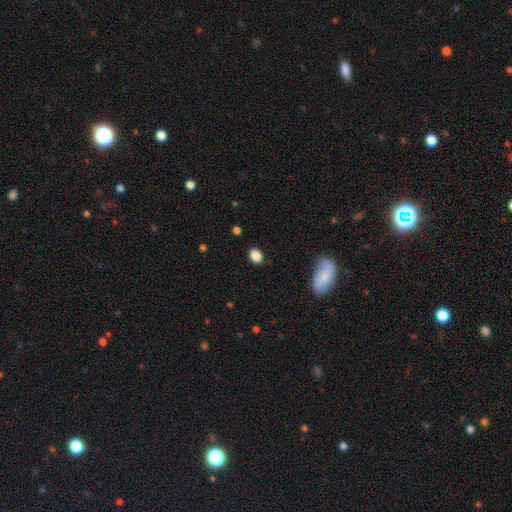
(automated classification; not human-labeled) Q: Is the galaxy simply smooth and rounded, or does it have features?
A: smooth — 87%.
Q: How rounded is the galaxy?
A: in between — 75%.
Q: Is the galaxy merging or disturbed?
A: none — 85%.